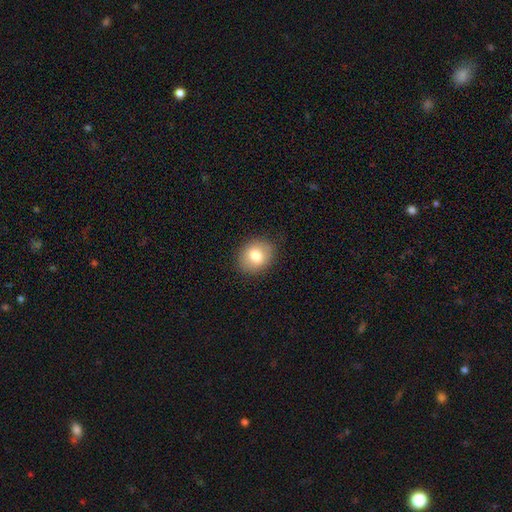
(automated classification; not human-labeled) Smooth or featured: smooth — 78% (featured or disk — 14%)
How rounded: round — 59% (in between — 40%)
Merging: none — 86% (minor disturbance — 10%)